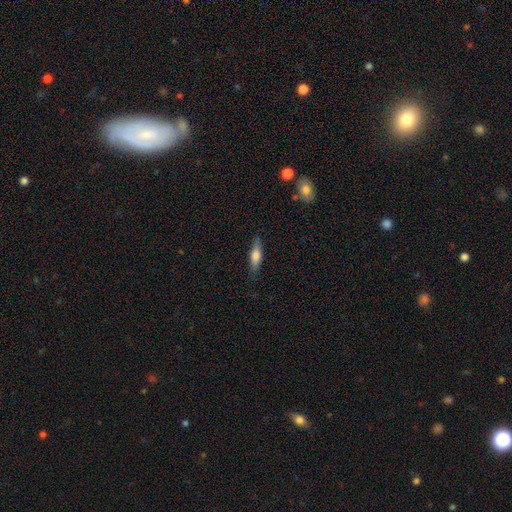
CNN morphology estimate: This appears to be a smooth galaxy with no disk features (65%) that is cigar-shaped (61%). Merging: none (84%).